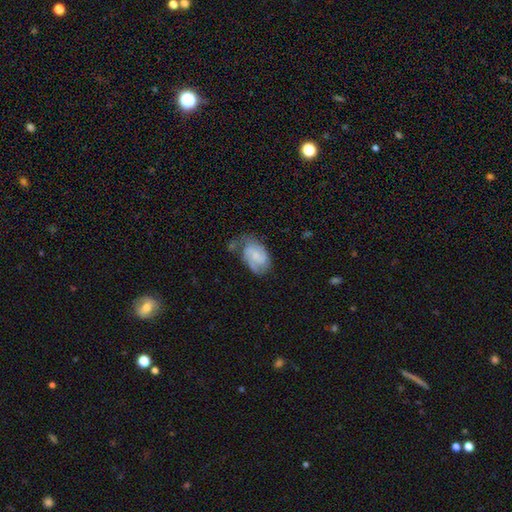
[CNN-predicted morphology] type=featured or disk (59%); edge-on=no (97%); bar=no (57%); spiral arms=yes (88%); winding=medium (46%); arm count=2 (61%); bulge=small (54%); merging=none (46%).